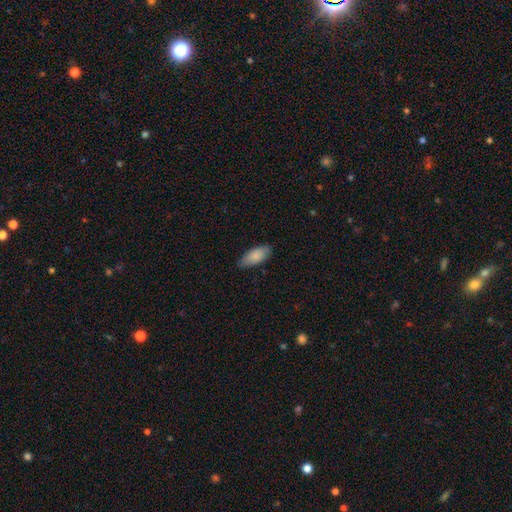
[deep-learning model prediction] A smooth galaxy with no disk features (85%) that is in between round and cigar-shaped (86%).

Vote fractions:
- Smooth or featured? smooth: 85% / featured or disk: 9% / star or artifact: 6%
- How rounded? in between: 86% / cigar-shaped: 12% / round: 2%
- Merging? none: 78% / minor disturbance: 18% / major disturbance: 3% / merger: 1%